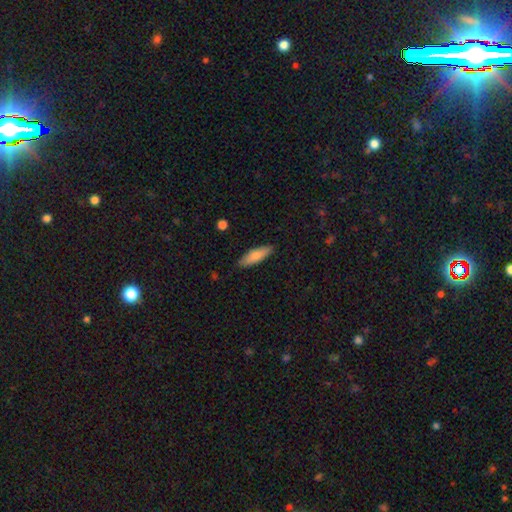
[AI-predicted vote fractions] A smooth galaxy with no disk features (78%) that is cigar-shaped (49%, tied with in between). Merging: none (86%).